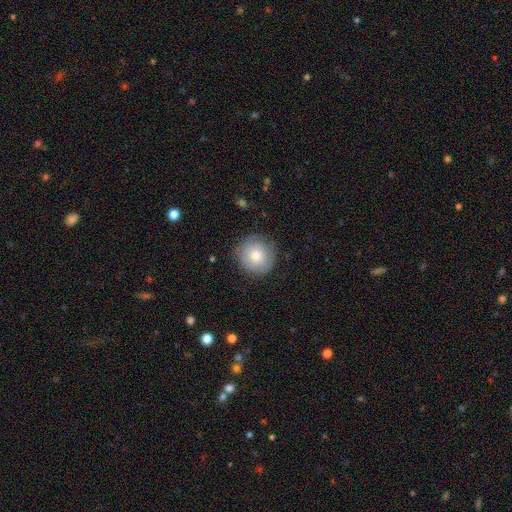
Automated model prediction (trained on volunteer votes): A smooth galaxy with no disk features (69%) that is round (95%). Merging: none (83%).